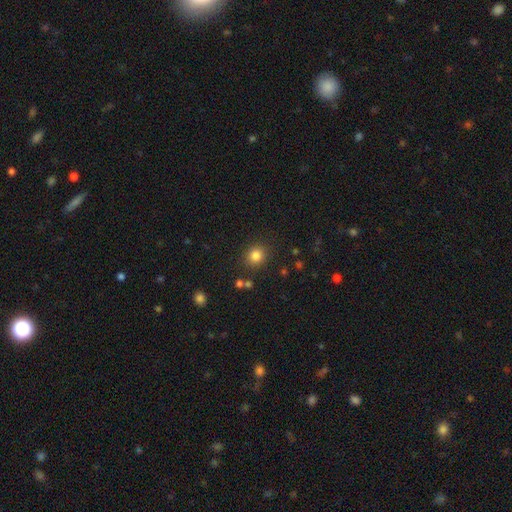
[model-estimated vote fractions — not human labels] smooth-or-featured: smooth: 83% | star or artifact: 12% | featured or disk: 5%
  how-rounded: round: 85% | in between: 14% | cigar-shaped: 1%
  merging: none: 86% | minor disturbance: 8% | merger: 3% | major disturbance: 3%